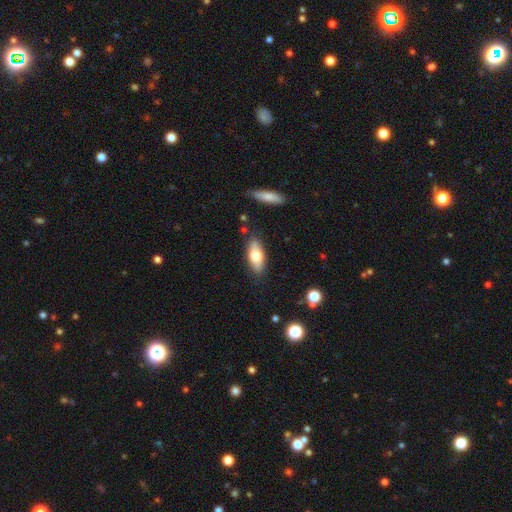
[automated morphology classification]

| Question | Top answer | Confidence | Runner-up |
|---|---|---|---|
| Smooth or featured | smooth | 72% | featured or disk (21%) |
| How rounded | in between | 77% | cigar-shaped (21%) |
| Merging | none | 82% | minor disturbance (13%) |